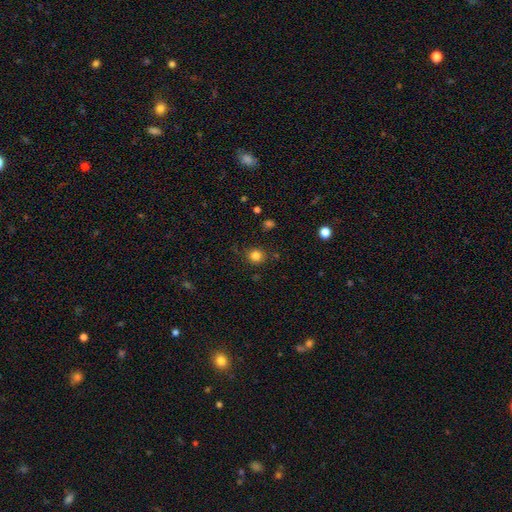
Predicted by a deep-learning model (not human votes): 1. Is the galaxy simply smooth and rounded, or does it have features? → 82% smooth, 13% star or artifact, 5% featured or disk.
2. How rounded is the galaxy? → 85% round, 14% in between, 1% cigar-shaped.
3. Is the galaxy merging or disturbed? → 83% none, 12% minor disturbance, 3% major disturbance, 2% merger.